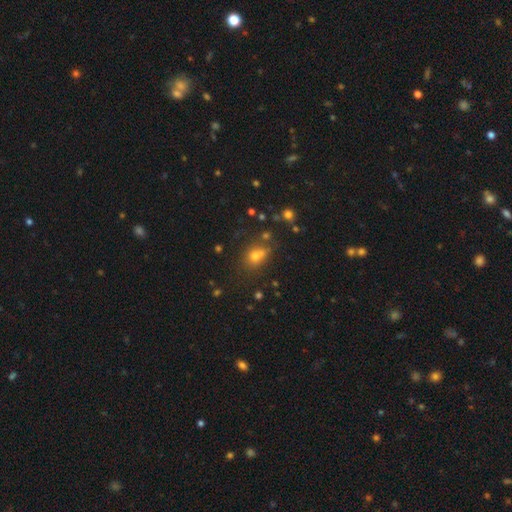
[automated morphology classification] This appears to be a smooth galaxy with no disk features (67%) that is round (54%). Merging: none (53%).